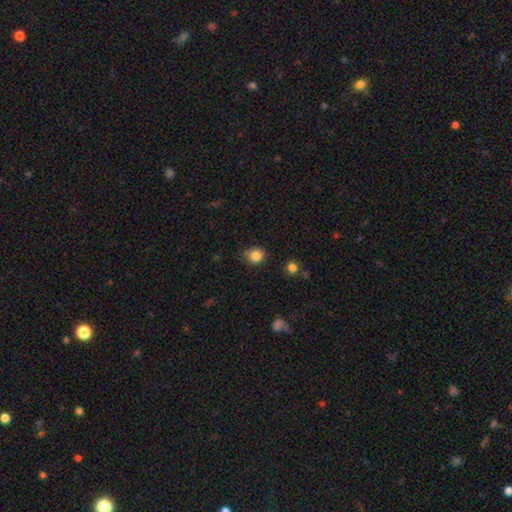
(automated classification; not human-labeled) Q: Smooth or featured?
A: smooth (85%); runner-up: star or artifact (11%)
Q: How rounded?
A: round (81%); runner-up: in between (19%)
Q: Merging?
A: none (77%); runner-up: minor disturbance (18%)